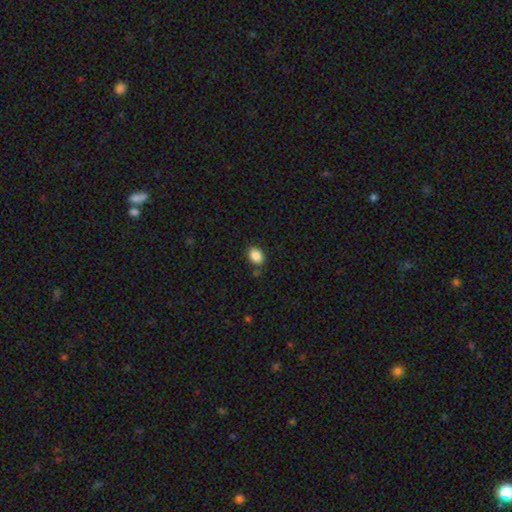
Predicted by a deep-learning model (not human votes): A smooth galaxy with no disk features (87%) that is in between round and cigar-shaped (70%).

Vote fractions:
- Smooth or featured? smooth: 87% / star or artifact: 9% / featured or disk: 4%
- How rounded? in between: 70% / round: 29% / cigar-shaped: 1%
- Merging? none: 80% / minor disturbance: 13% / merger: 4% / major disturbance: 3%